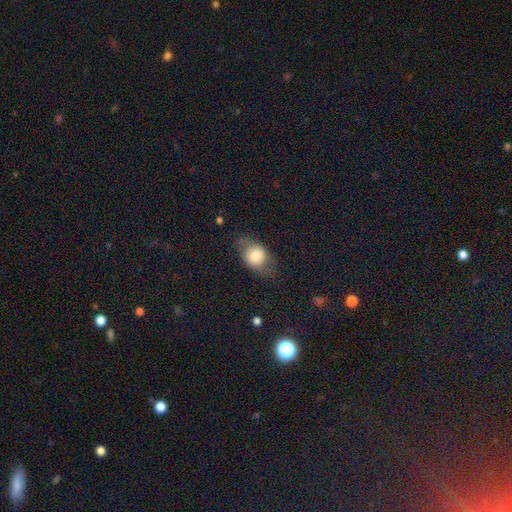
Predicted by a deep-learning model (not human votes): Smooth or featured?
  - smooth: 72% *
  - featured or disk: 19%
  - star or artifact: 9%
How rounded?
  - in between: 60% *
  - round: 38%
  - cigar-shaped: 2%
Merging?
  - none: 64% *
  - minor disturbance: 24%
  - major disturbance: 10%
  - merger: 2%